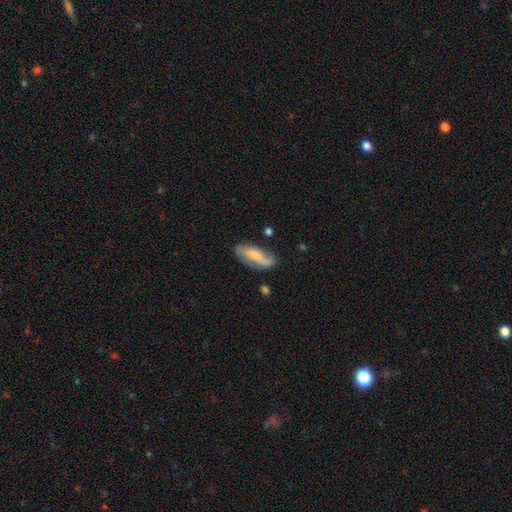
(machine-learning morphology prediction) Q: Smooth or featured?
A: smooth (51%); runner-up: featured or disk (42%)
Q: How rounded?
A: in between (75%); runner-up: cigar-shaped (22%)
Q: Merging?
A: none (62%); runner-up: minor disturbance (24%)